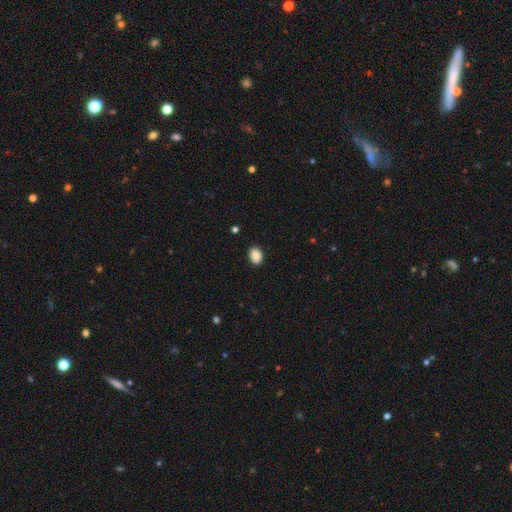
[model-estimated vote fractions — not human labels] smooth-or-featured: smooth: 89% | star or artifact: 8% | featured or disk: 3%
  how-rounded: in between: 67% | round: 32% | cigar-shaped: 1%
  merging: none: 90% | minor disturbance: 7% | major disturbance: 2% | merger: 1%